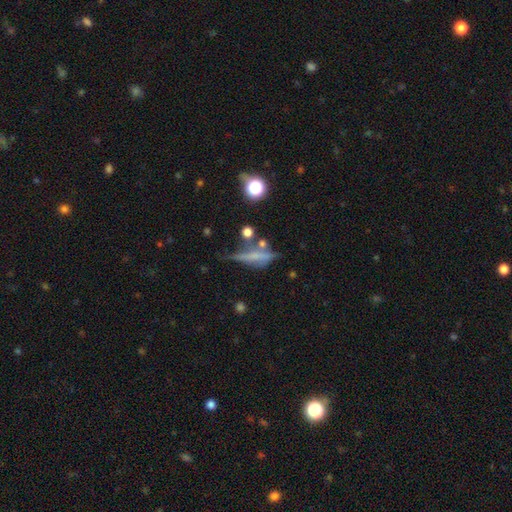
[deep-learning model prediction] featured or disk 46%, smooth 41%, star or artifact 13%. Down the decision tree: merging — none (50%).